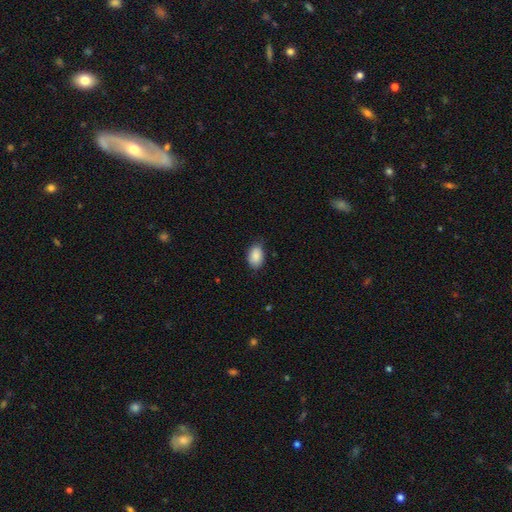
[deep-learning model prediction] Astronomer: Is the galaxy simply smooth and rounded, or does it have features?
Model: smooth — 89%.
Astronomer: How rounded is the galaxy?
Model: in between — 87%.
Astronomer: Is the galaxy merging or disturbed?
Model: none — 76%.